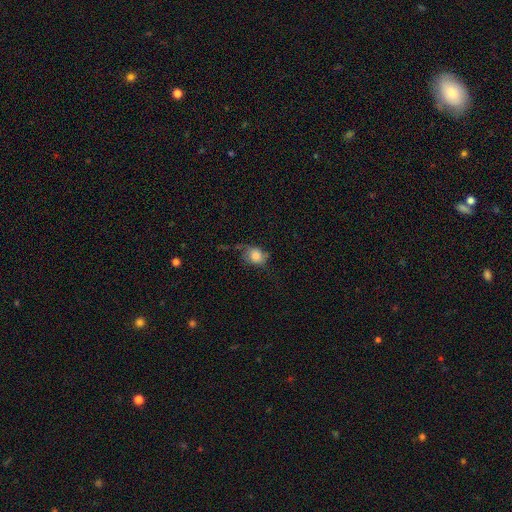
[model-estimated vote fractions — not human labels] smooth-or-featured: smooth: 75% | featured or disk: 15% | star or artifact: 10%
  how-rounded: round: 59% | in between: 40% | cigar-shaped: 1%
  merging: none: 49% | minor disturbance: 30% | major disturbance: 18% | merger: 3%